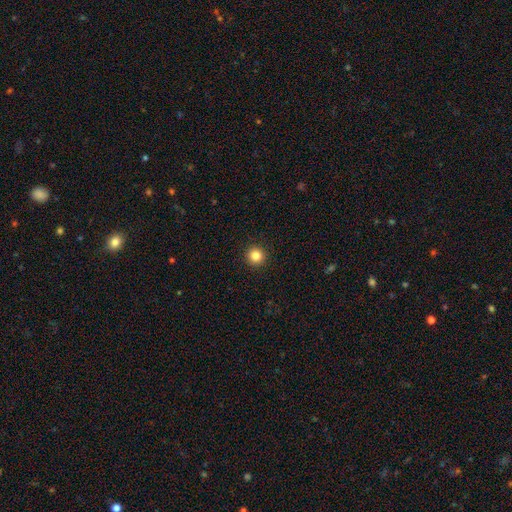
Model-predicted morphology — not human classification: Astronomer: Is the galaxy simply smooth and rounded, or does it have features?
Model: smooth — 84%.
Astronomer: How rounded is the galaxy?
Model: round — 96%.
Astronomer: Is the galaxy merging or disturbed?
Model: none — 94%.